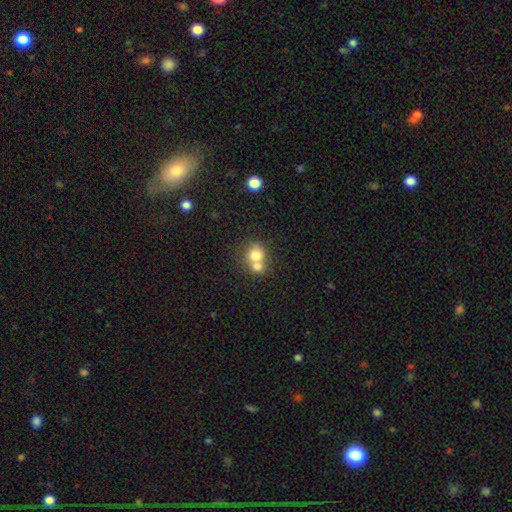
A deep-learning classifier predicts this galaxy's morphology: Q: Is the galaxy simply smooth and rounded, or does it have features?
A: smooth — 73%.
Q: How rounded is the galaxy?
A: round — 77%.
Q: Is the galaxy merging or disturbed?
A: merger — 60%.